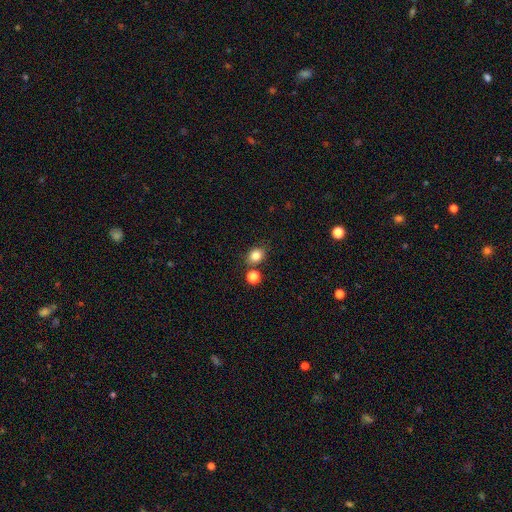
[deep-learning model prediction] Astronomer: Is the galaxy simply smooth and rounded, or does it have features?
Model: smooth — 82%.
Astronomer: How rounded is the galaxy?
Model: round — 52% (runner-up: in between, 47%).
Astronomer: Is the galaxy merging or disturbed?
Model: none — 74%.